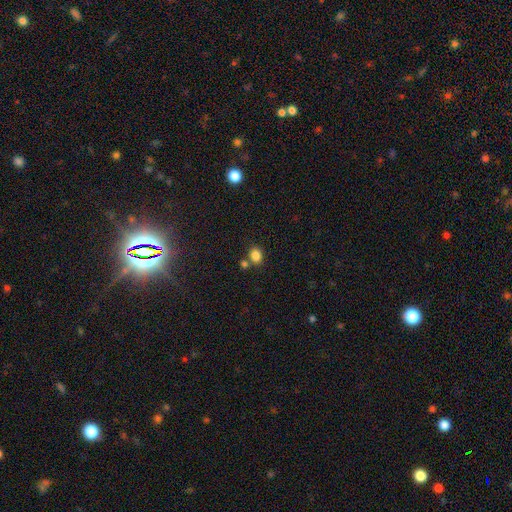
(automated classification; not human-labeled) This is clearly a smooth galaxy (84%). How rounded: possibly round (51%). Merging: likely none (65%).